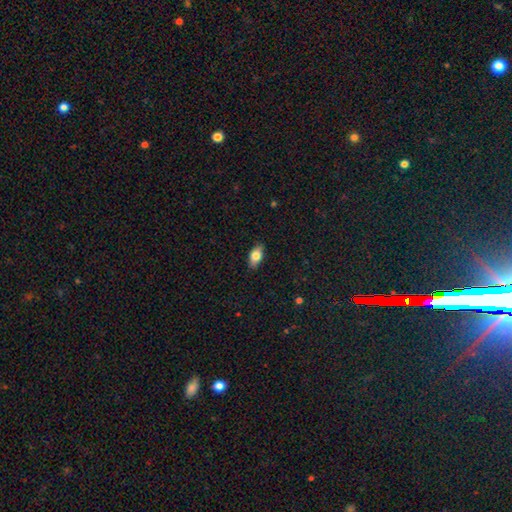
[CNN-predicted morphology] type=smooth (77%); roundness=in between (89%); merging=none (87%).